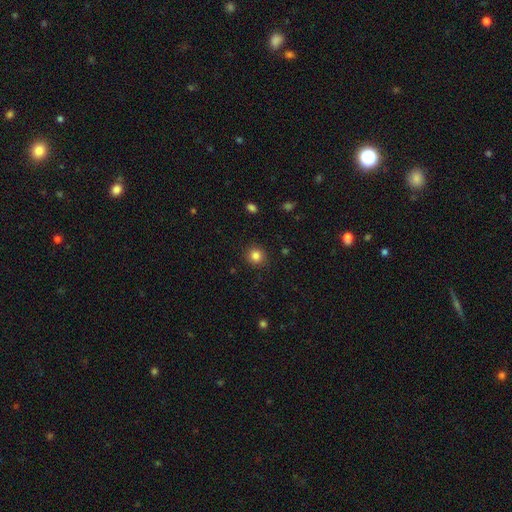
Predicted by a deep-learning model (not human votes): Q: Smooth or featured?
A: smooth (83%); runner-up: star or artifact (12%)
Q: How rounded?
A: round (90%); runner-up: in between (9%)
Q: Merging?
A: none (90%); runner-up: minor disturbance (7%)